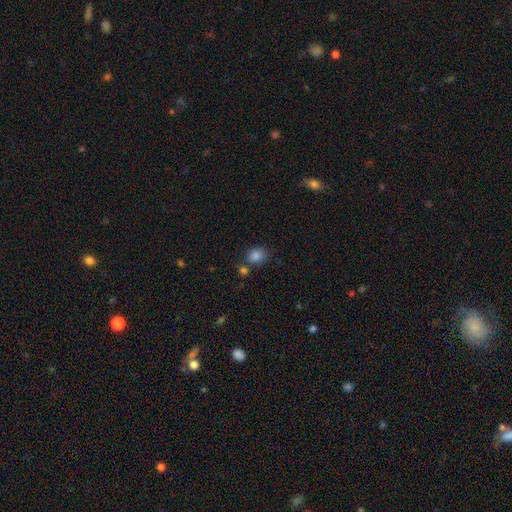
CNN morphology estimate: Overall: smooth (84%). How rounded: round (56%; in between 43%). Merging: none (68%).